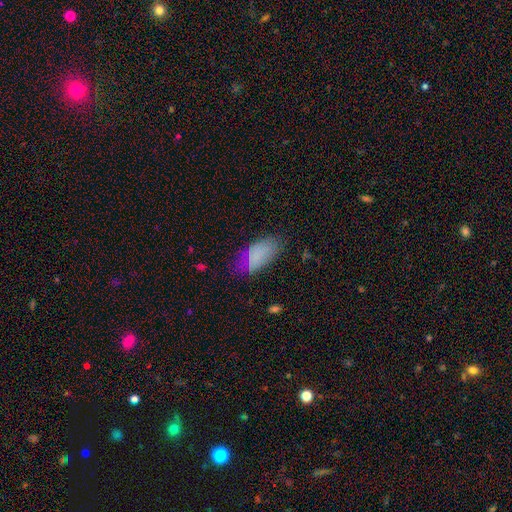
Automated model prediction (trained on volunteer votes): The model was most divided on "merging": none: 56%, minor disturbance: 30%, major disturbance: 12%, merger: 2%. More confident: how rounded — in between (92%); smooth or featured — smooth (79%).